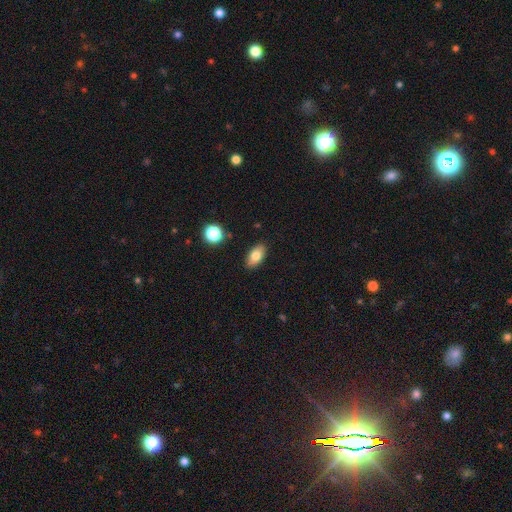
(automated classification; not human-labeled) smooth 80%, featured or disk 12%, star or artifact 8%. Down the decision tree: how rounded — in between (91%); merging — none (86%).